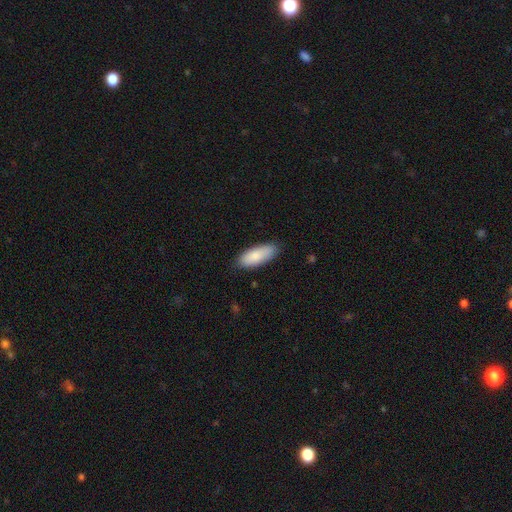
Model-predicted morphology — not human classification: smooth-or-featured: smooth: 86% | featured or disk: 9% | star or artifact: 6%
  how-rounded: in between: 77% | cigar-shaped: 21% | round: 2%
  merging: none: 84% | minor disturbance: 13% | major disturbance: 2% | merger: 1%